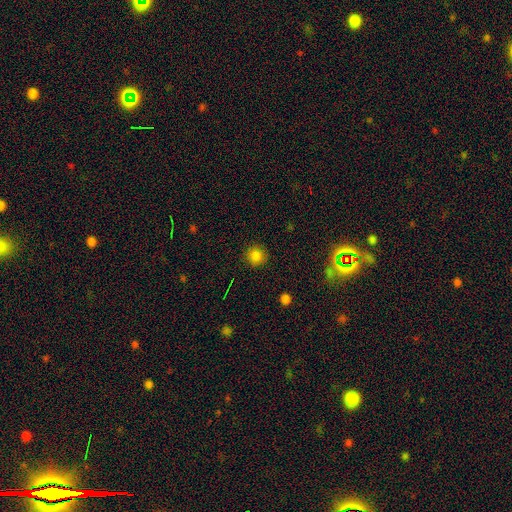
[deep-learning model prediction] smooth-or-featured: smooth: 82% | star or artifact: 13% | featured or disk: 5%
  how-rounded: round: 93% | in between: 6% | cigar-shaped: 1%
  merging: none: 90% | minor disturbance: 7% | major disturbance: 2% | merger: 1%